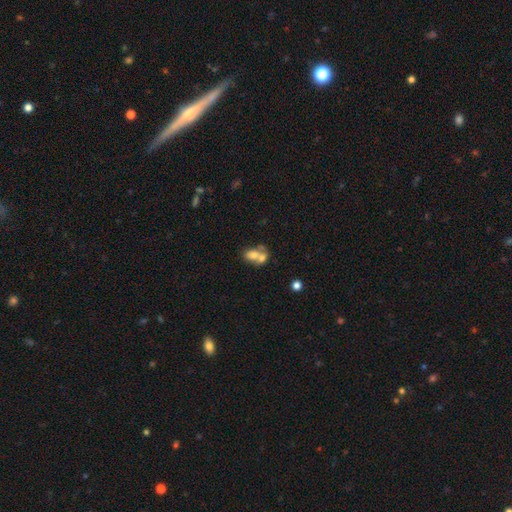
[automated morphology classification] This appears to be a smooth galaxy with no disk features (64%) that is in between round and cigar-shaped (70%). Merging: merger (67%).